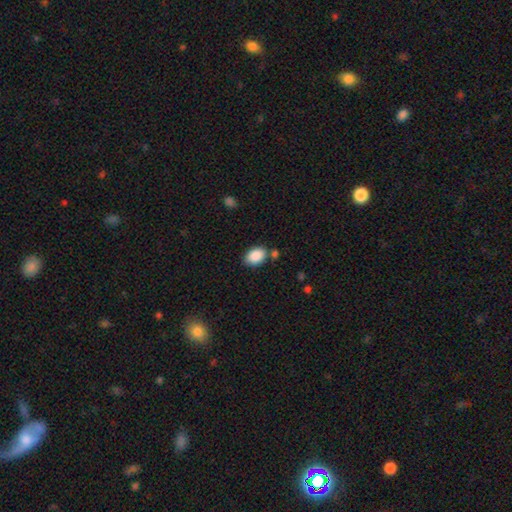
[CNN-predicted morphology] smooth-or-featured: smooth: 89% | star or artifact: 7% | featured or disk: 4%
  how-rounded: in between: 85% | round: 14% | cigar-shaped: 1%
  merging: none: 76% | minor disturbance: 14% | merger: 7% | major disturbance: 3%